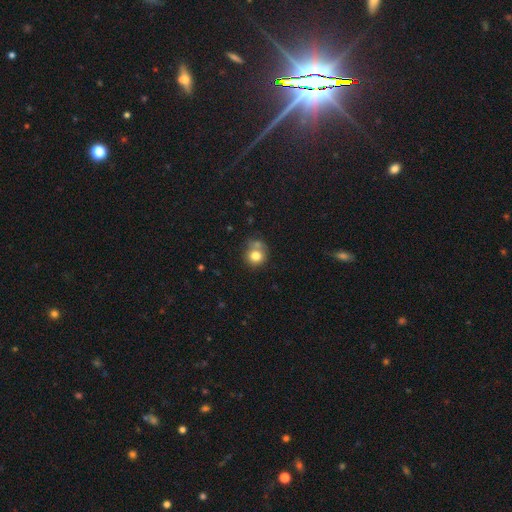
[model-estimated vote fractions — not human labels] The model was most divided on "merging": none: 54%, merger: 26%, minor disturbance: 15%, major disturbance: 6%. More confident: how rounded — round (84%); smooth or featured — smooth (79%).